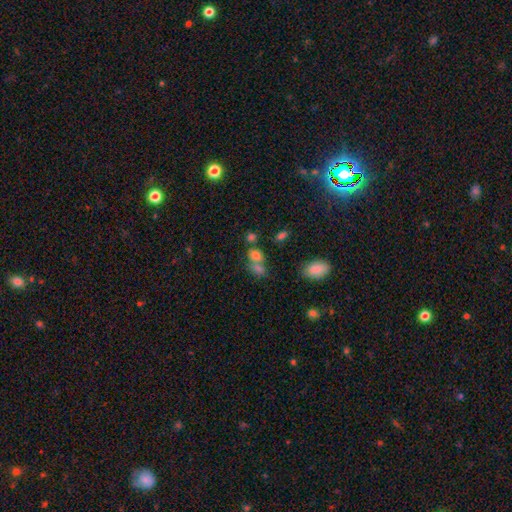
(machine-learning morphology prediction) Smooth or featured? smooth (74%)
How rounded? in between (52%)
Merging? merger (48%)